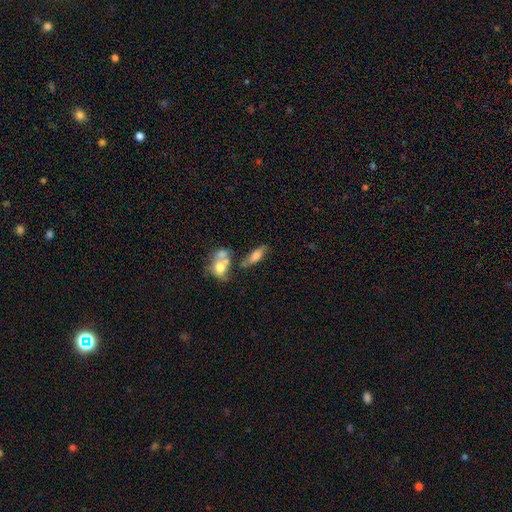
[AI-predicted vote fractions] Smooth or featured? smooth (59%)
How rounded? in between (66%)
Merging? none (50%)